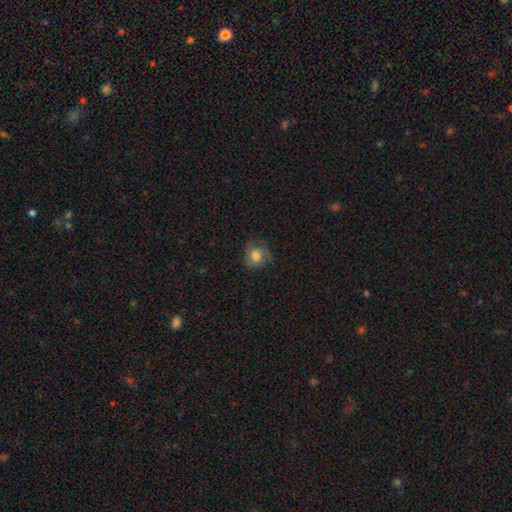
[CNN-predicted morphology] type=smooth (64%); roundness=round (78%); merging=none (66%).